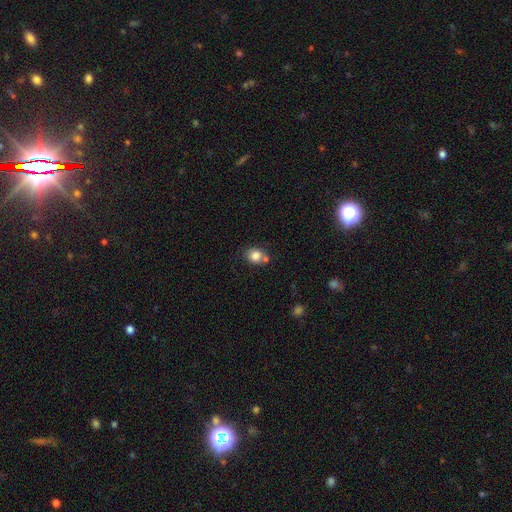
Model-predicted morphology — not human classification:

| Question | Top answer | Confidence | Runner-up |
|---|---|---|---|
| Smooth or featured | smooth | 82% | star or artifact (10%) |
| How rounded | round | 66% | in between (33%) |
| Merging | none | 58% | merger (23%) |